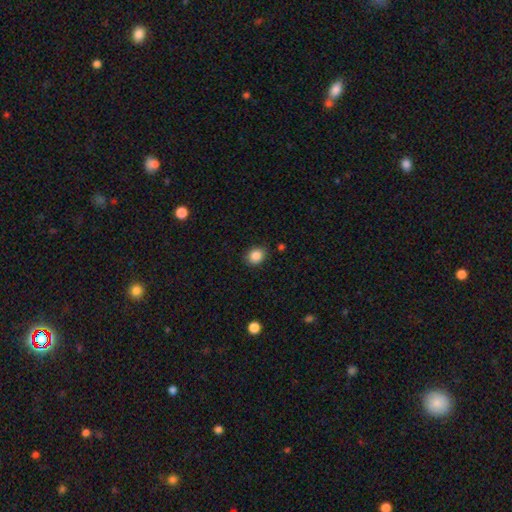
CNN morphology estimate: This is clearly a smooth galaxy (87%). How rounded: possibly round (59%). Merging: clearly none (83%).